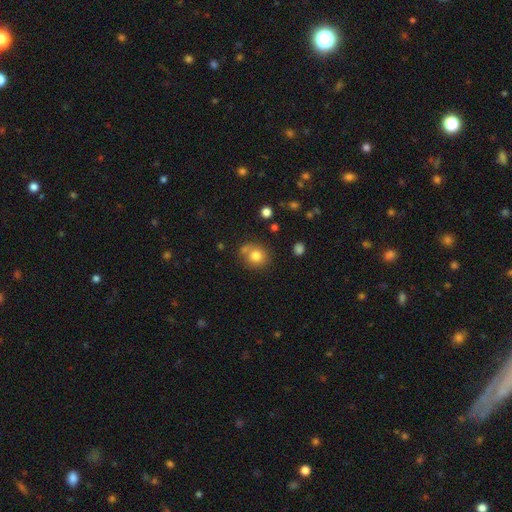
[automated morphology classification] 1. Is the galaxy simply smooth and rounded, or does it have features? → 79% smooth, 11% star or artifact, 10% featured or disk.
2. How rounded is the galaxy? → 82% round, 17% in between, 1% cigar-shaped.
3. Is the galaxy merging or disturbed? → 65% none, 16% merger, 14% minor disturbance, 5% major disturbance.